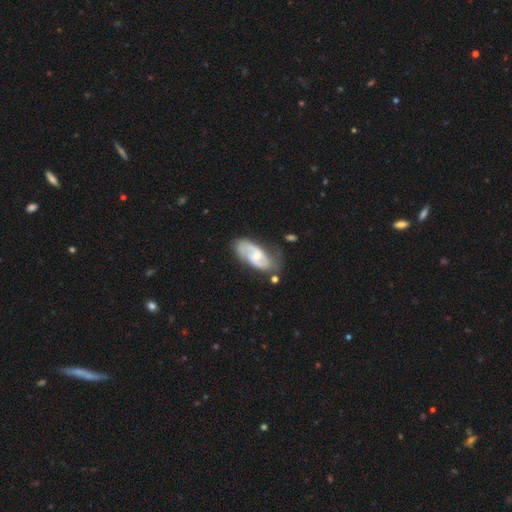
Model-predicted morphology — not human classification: type=featured or disk (76%); edge-on=no (94%); bar=no (52%); spiral arms=yes (91%); winding=medium (46%); arm count=2 (76%); bulge=small (51%); merging=none (64%).